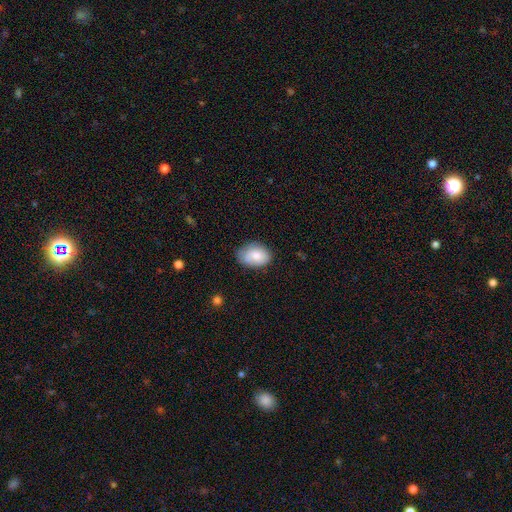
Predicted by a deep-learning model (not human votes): Smooth or featured?
  - smooth: 77% *
  - featured or disk: 16%
  - star or artifact: 7%
How rounded?
  - in between: 83% *
  - round: 16%
  - cigar-shaped: 1%
Merging?
  - none: 71% *
  - minor disturbance: 23%
  - major disturbance: 5%
  - merger: 1%